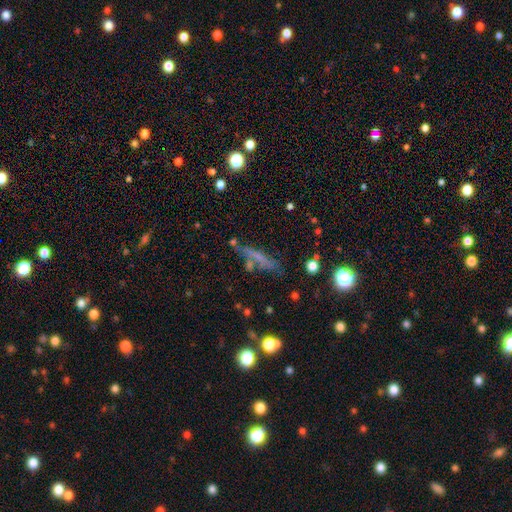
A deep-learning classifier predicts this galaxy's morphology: This appears to be a smooth galaxy with no disk features (47%). Merging: none (68%).